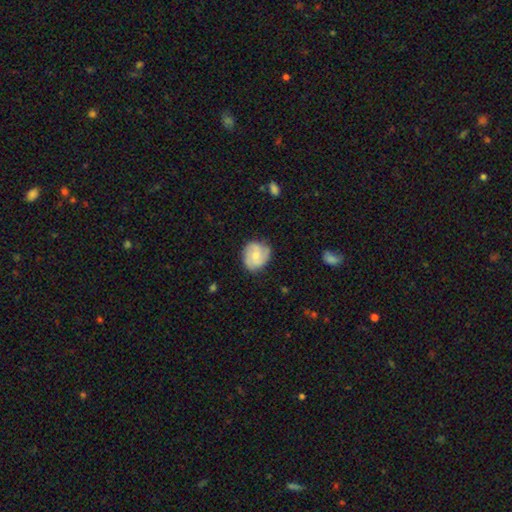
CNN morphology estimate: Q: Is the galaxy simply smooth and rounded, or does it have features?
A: featured or disk — 56%.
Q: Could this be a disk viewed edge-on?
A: no — 98%.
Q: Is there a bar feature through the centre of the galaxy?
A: no — 64%.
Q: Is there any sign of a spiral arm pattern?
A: yes — 89%.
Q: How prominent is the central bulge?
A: moderate — 46%.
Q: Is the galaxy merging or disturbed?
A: none — 72%.